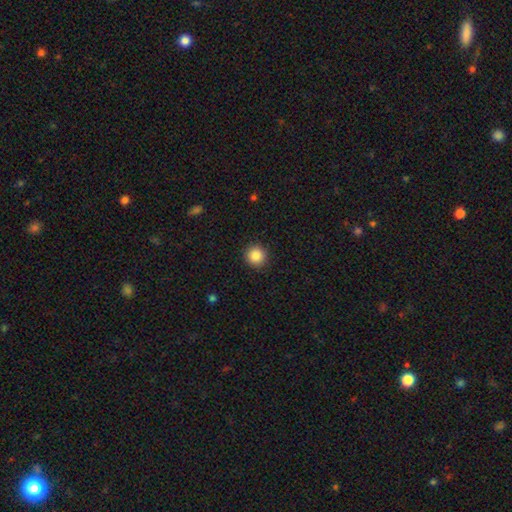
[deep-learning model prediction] This is clearly a smooth galaxy (85%). How rounded: clearly round (95%). Merging: clearly none (92%).